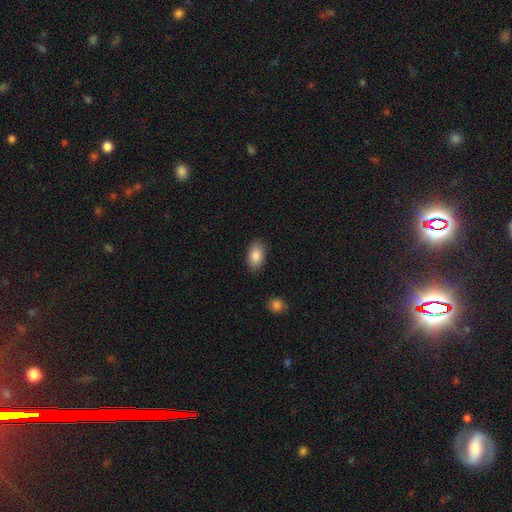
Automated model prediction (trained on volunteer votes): smooth_or_featured: smooth (p=0.87) [alt: star or artifact p=0.07]
how_rounded: in between (p=0.93) [alt: round p=0.05]
merging: none (p=0.87) [alt: minor disturbance p=0.09]